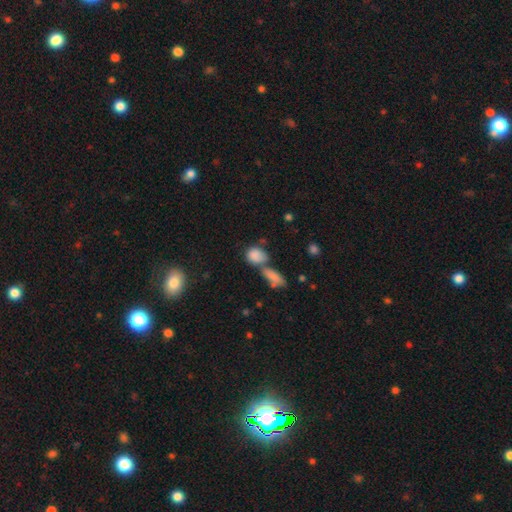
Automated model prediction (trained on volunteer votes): Smooth or featured? Predicted: smooth (p=0.84). How rounded? Predicted: in between (p=0.54). Merging? Predicted: merger (p=0.42).